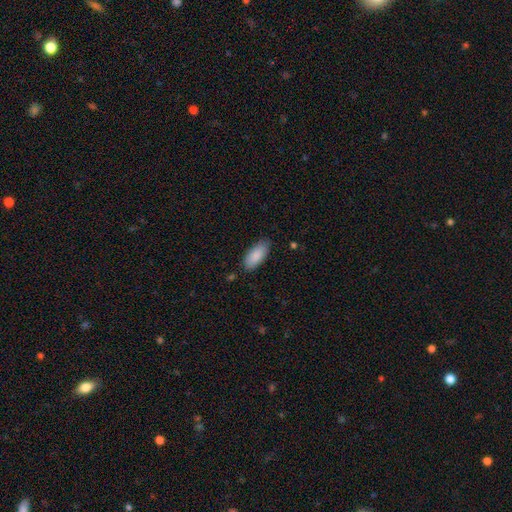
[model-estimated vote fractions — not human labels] Morphology: type=smooth (88%); roundness=in between (88%); merging=none (81%).